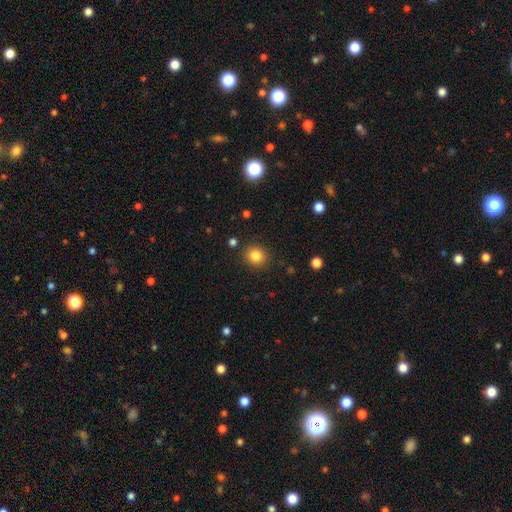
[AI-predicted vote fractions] smooth 84%, star or artifact 11%, featured or disk 5%. Down the decision tree: how rounded — round (86%); merging — none (88%).